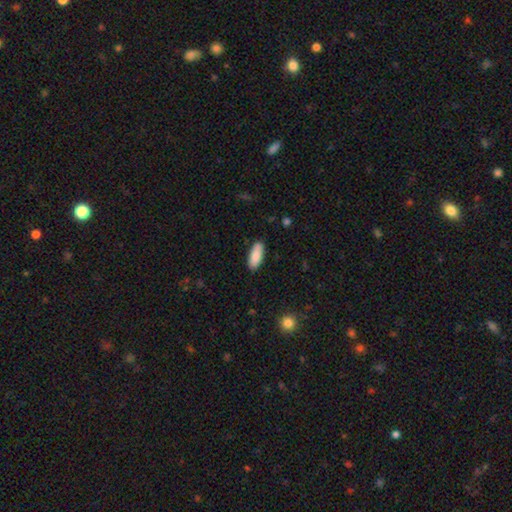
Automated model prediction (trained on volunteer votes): Smooth or featured? Predicted: smooth (p=0.87). How rounded? Predicted: in between (p=0.77). Merging? Predicted: none (p=0.87).